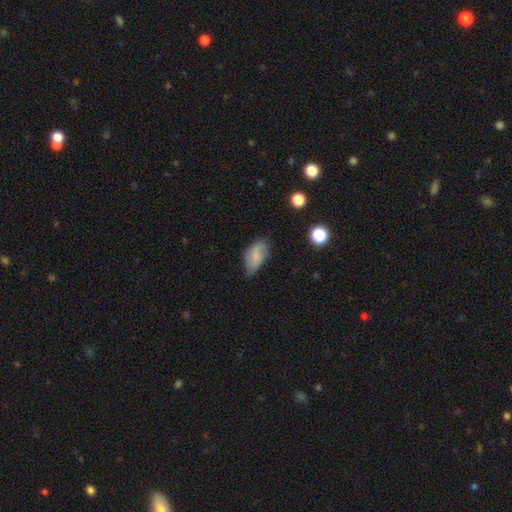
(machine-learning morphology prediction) smooth-or-featured: smooth: 65% | featured or disk: 27% | star or artifact: 8%
  how-rounded: in between: 91% | round: 6% | cigar-shaped: 3%
  merging: none: 53% | minor disturbance: 36% | major disturbance: 9% | merger: 2%